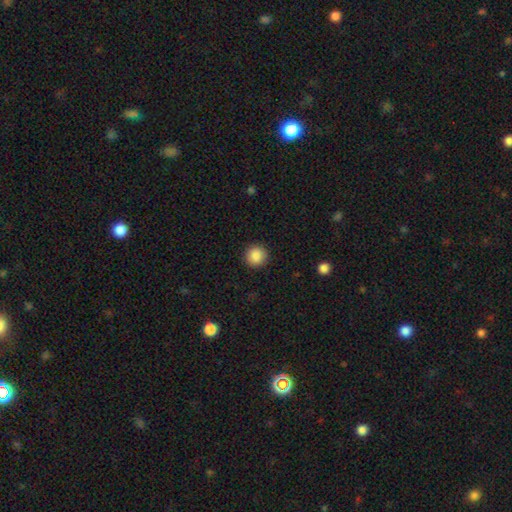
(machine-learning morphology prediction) A smooth galaxy with no disk features (88%) that is round (94%). Merging: none (91%).